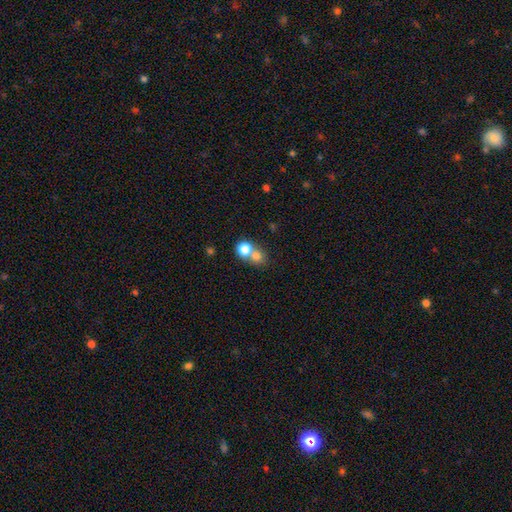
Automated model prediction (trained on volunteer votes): smooth_or_featured: smooth (p=0.76) [alt: featured or disk p=0.12]
how_rounded: round (p=0.79) [alt: in between p=0.19]
merging: merger (p=0.56) [alt: none p=0.36]